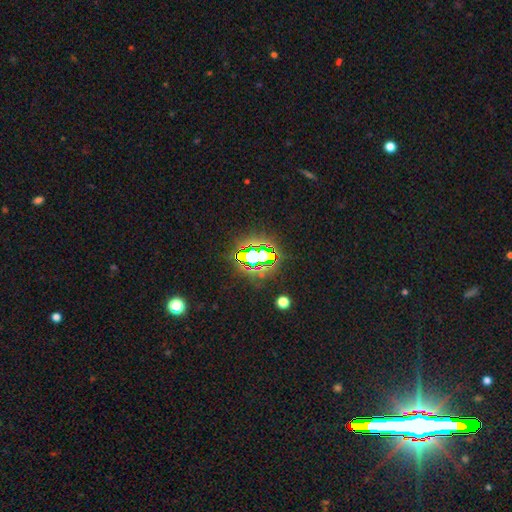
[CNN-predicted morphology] smooth_or_featured: star or artifact (p=0.72) [alt: smooth p=0.16]